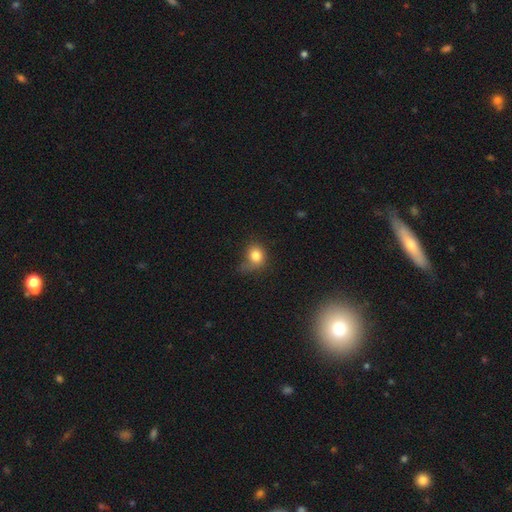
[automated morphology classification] Q: Smooth or featured?
A: smooth (81%); runner-up: star or artifact (10%)
Q: How rounded?
A: round (64%); runner-up: in between (35%)
Q: Merging?
A: none (44%); runner-up: minor disturbance (33%)